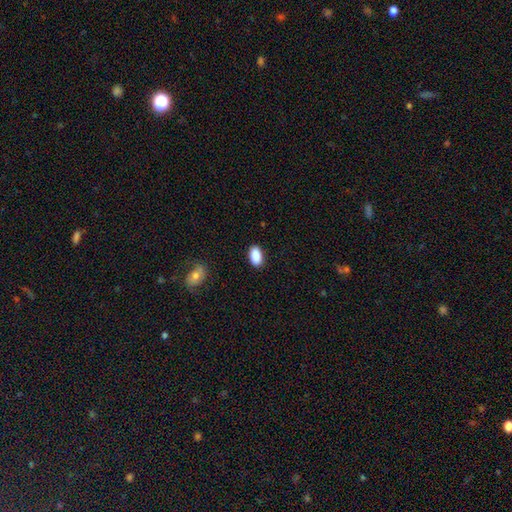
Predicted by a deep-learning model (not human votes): Q: Smooth or featured?
A: smooth (90%); runner-up: star or artifact (7%)
Q: How rounded?
A: in between (93%); runner-up: round (4%)
Q: Merging?
A: none (87%); runner-up: minor disturbance (9%)